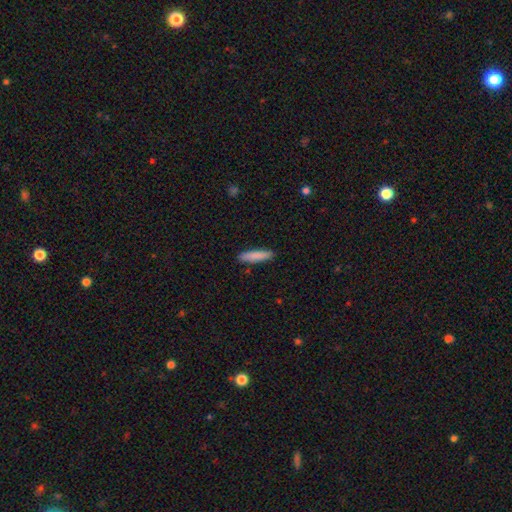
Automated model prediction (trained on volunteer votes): A smooth galaxy with no disk features (85%) that is cigar-shaped (82%). Merging: none (89%).